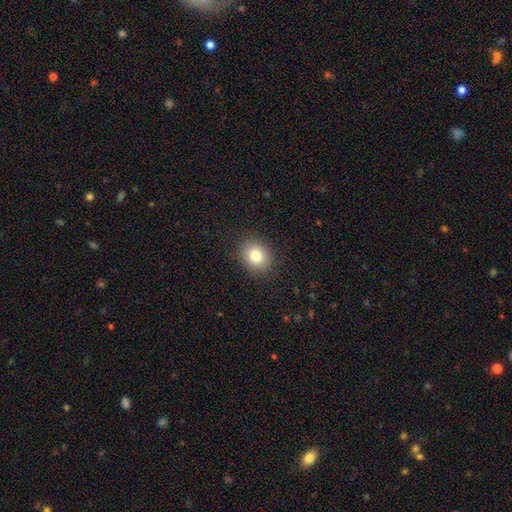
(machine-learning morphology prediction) smooth_or_featured: smooth (p=0.81) [alt: star or artifact p=0.11]
how_rounded: round (p=0.66) [alt: in between p=0.33]
merging: none (p=0.89) [alt: minor disturbance p=0.07]